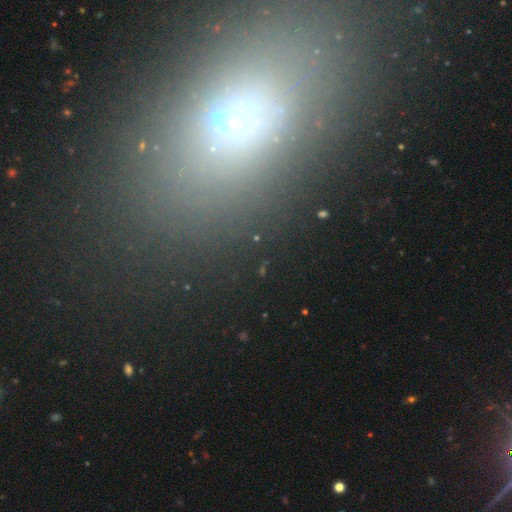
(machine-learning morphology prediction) A smooth galaxy with no disk features (40%). Merging: none (67%).